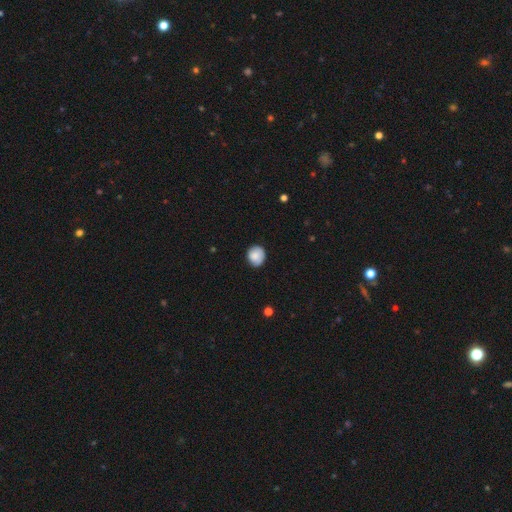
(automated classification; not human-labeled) This appears to be a smooth galaxy with no disk features (80%) that is round (75%). Merging: none (75%).